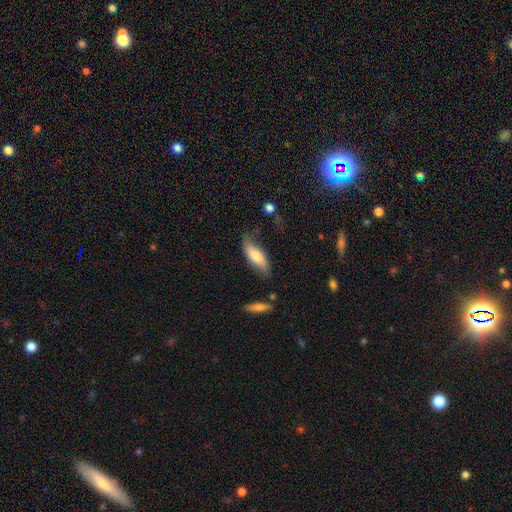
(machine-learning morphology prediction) Smooth or featured: smooth — 67% (featured or disk — 27%)
How rounded: in between — 65% (cigar-shaped — 32%)
Merging: none — 59% (minor disturbance — 29%)